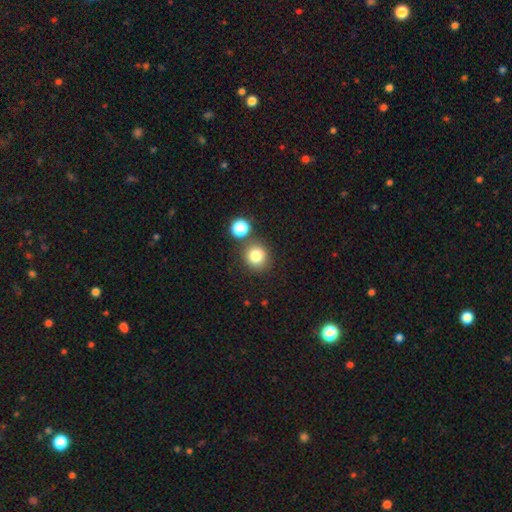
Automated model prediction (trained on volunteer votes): A smooth galaxy with no disk features (80%) that is round (90%). Merging: none (77%).